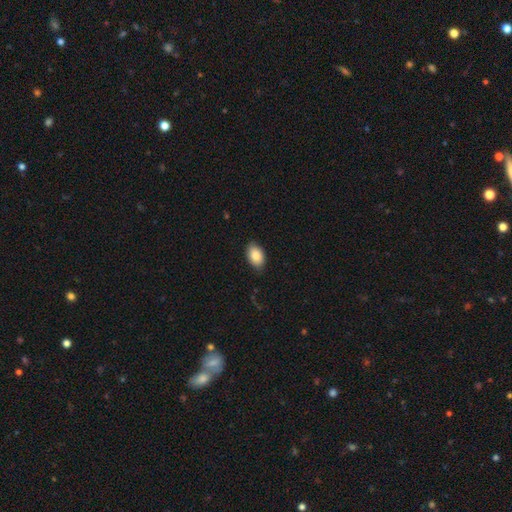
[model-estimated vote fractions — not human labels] This is clearly a smooth galaxy (87%). How rounded: clearly in between (90%). Merging: clearly none (84%).